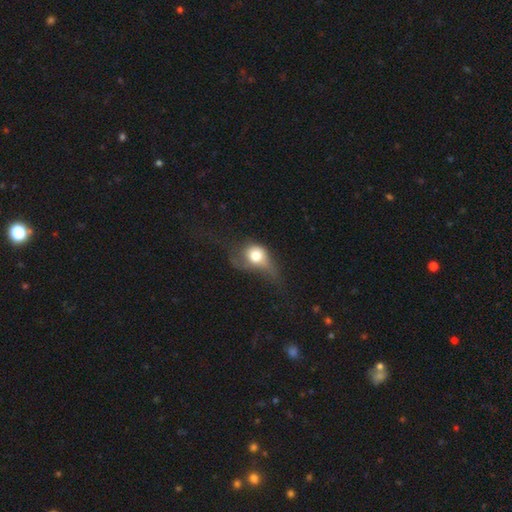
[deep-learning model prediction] Overall: smooth (63%; featured or disk 28%). How rounded: round (55%; in between 42%). Merging: major disturbance (49%; minor disturbance 26%).